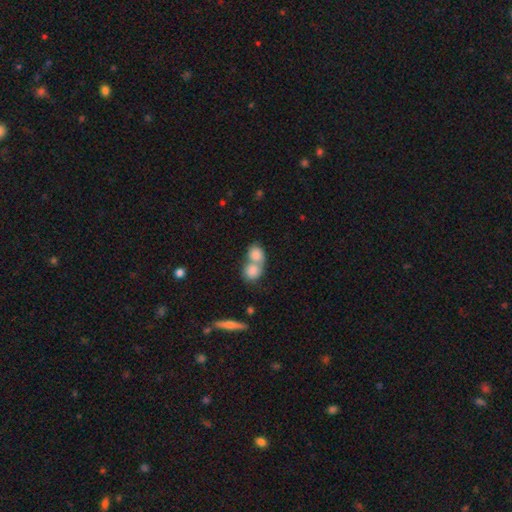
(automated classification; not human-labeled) Smooth or featured? smooth (78%)
How rounded? round (59%)
Merging? merger (66%)